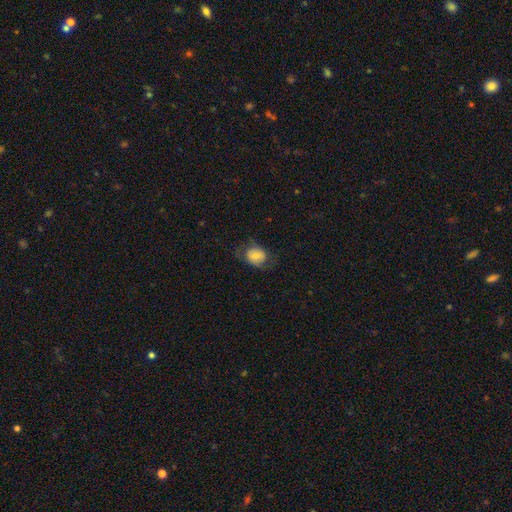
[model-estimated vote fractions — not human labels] Smooth or featured: smooth — 70% (featured or disk — 22%)
How rounded: in between — 50% (round — 49%)
Merging: none — 62% (minor disturbance — 23%)